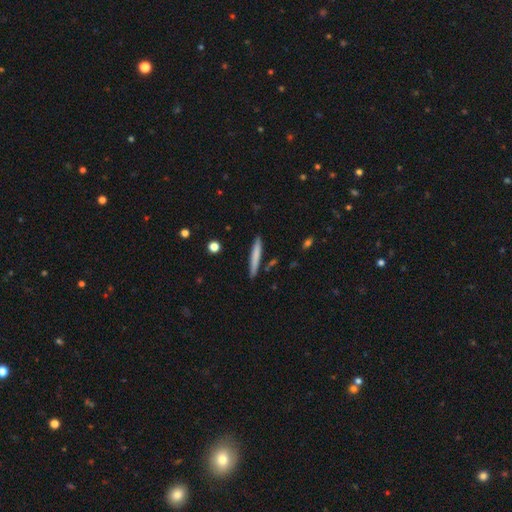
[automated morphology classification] The model was most divided on "smooth or featured": smooth: 73%, featured or disk: 21%, star or artifact: 6%. More confident: how rounded — cigar-shaped (95%); merging — none (88%).